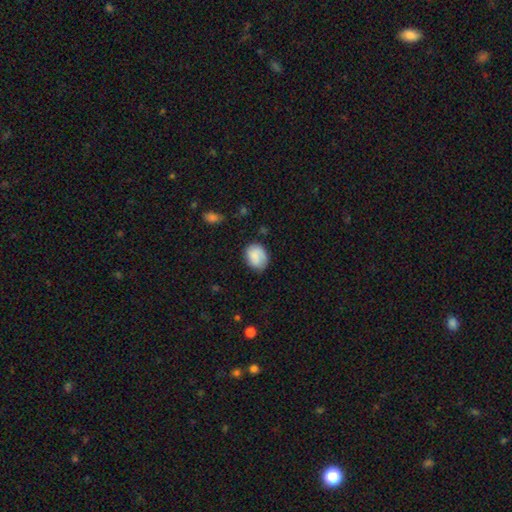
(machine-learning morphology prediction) smooth-or-featured: smooth: 74% | featured or disk: 19% | star or artifact: 7%
  how-rounded: in between: 53% | round: 46% | cigar-shaped: 1%
  merging: none: 68% | minor disturbance: 22% | major disturbance: 7% | merger: 2%